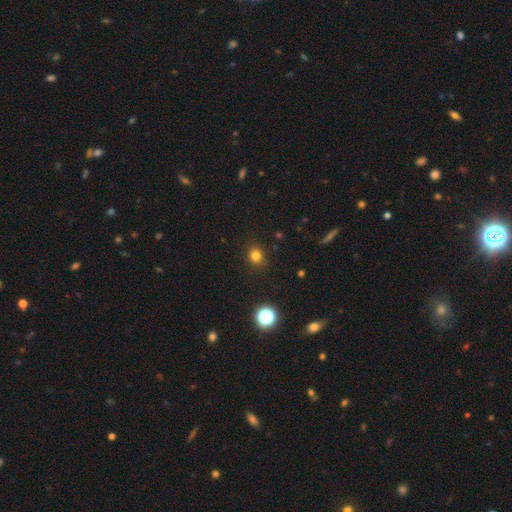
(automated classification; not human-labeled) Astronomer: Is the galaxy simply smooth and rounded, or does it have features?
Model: smooth — 80%.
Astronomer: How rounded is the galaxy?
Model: round — 83%.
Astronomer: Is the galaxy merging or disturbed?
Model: none — 89%.